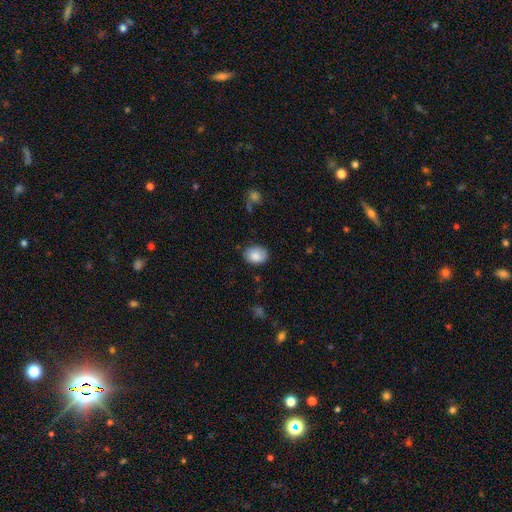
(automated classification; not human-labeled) A smooth galaxy with no disk features (86%) that is in between round and cigar-shaped (61%). Merging: none (80%).